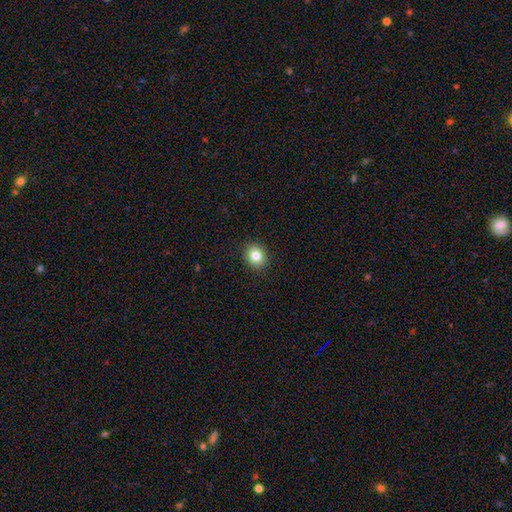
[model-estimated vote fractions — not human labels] Q: Smooth or featured?
A: smooth (82%); runner-up: star or artifact (11%)
Q: How rounded?
A: round (69%); runner-up: in between (30%)
Q: Merging?
A: none (91%); runner-up: minor disturbance (6%)